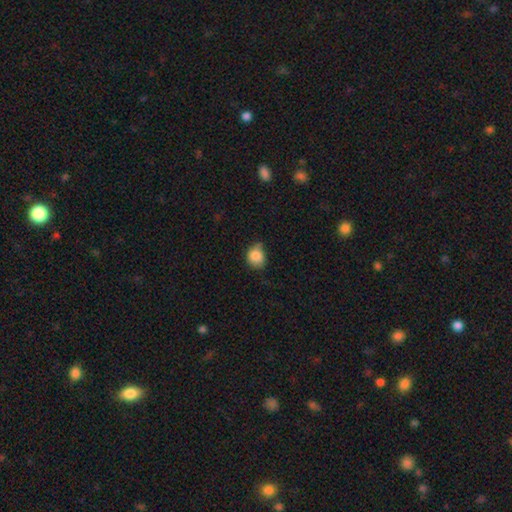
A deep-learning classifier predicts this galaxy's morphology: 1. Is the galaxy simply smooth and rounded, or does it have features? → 85% smooth, 9% star or artifact, 6% featured or disk.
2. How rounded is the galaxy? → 62% round, 37% in between, 1% cigar-shaped.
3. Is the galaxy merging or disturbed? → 52% none, 37% minor disturbance, 7% major disturbance, 3% merger.